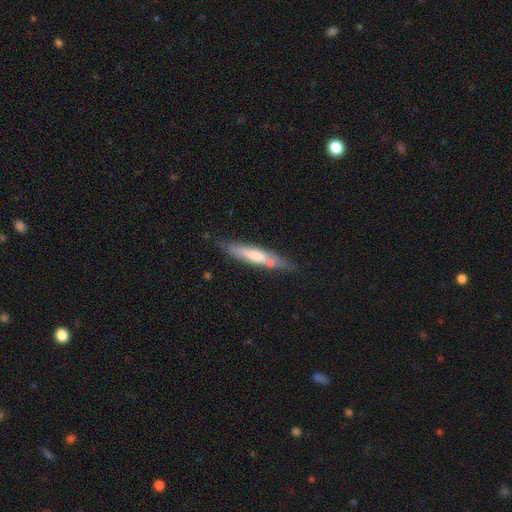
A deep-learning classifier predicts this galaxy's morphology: A smooth galaxy with no disk features (47%).

Vote fractions:
- Smooth or featured? smooth: 47% / featured or disk: 46% / star or artifact: 7%
- Merging? none: 75% / minor disturbance: 17% / merger: 5% / major disturbance: 4%